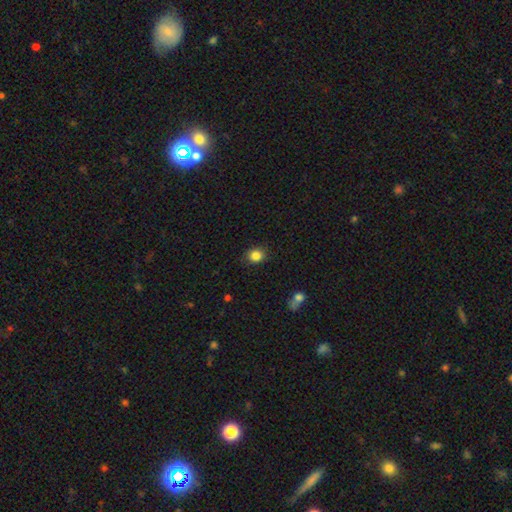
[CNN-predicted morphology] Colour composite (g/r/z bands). It shows a smooth galaxy with no disk features (85%) that is round (74%). Merging: none (87%).